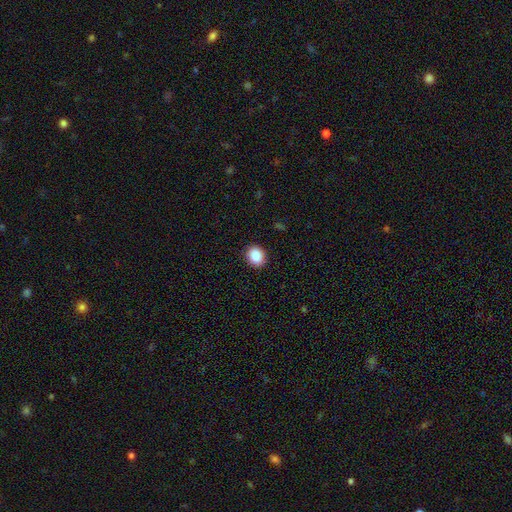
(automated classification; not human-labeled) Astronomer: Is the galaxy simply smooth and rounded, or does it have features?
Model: smooth — 89%.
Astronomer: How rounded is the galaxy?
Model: round — 61% (runner-up: in between, 38%).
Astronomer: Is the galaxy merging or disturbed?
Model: none — 90%.